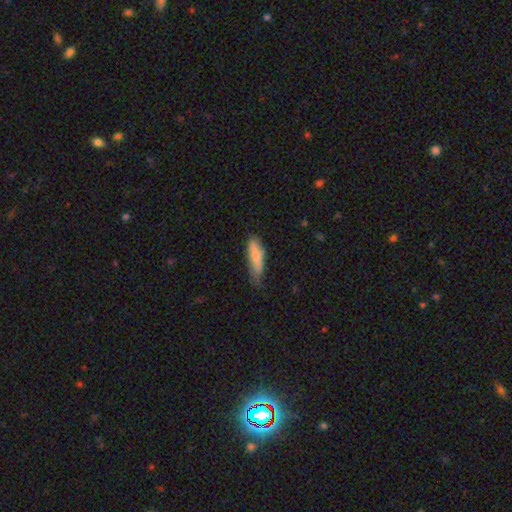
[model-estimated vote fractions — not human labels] Smooth or featured? smooth (78%)
How rounded? cigar-shaped (51%)
Merging? minor disturbance (43%)